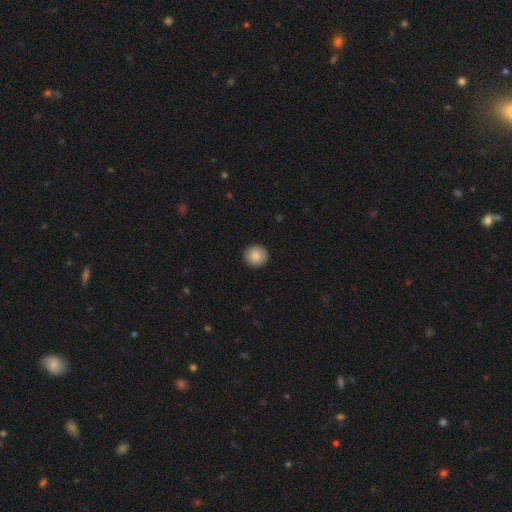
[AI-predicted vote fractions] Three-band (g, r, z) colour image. It shows a smooth galaxy with no disk features (88%) that is round (92%). Merging: none (93%).